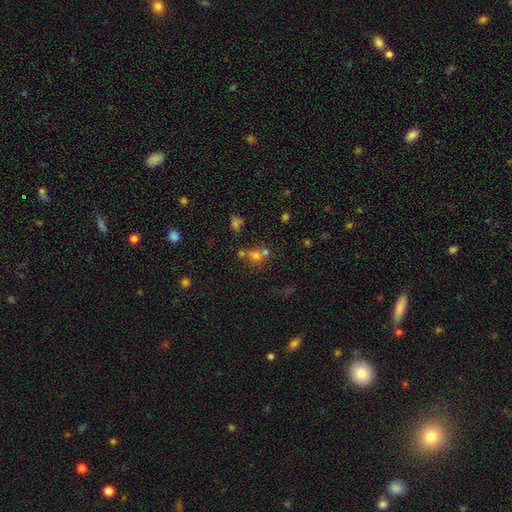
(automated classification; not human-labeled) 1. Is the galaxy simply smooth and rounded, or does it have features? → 60% smooth, 25% star or artifact, 15% featured or disk.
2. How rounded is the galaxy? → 76% round, 23% in between, 1% cigar-shaped.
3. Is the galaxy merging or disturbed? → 44% merger, 42% none, 9% minor disturbance, 6% major disturbance.